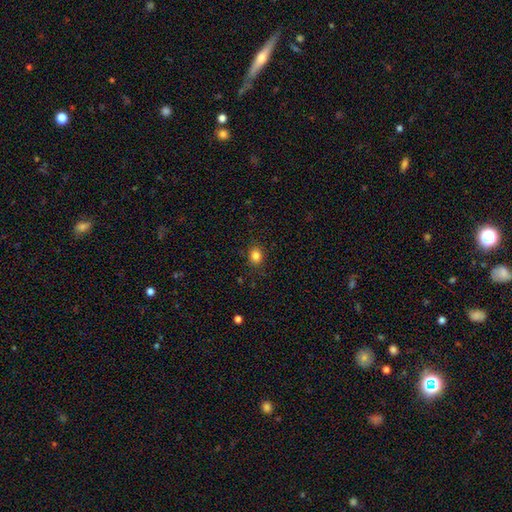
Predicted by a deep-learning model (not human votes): Smooth or featured? smooth (84%)
How rounded? round (67%)
Merging? none (87%)